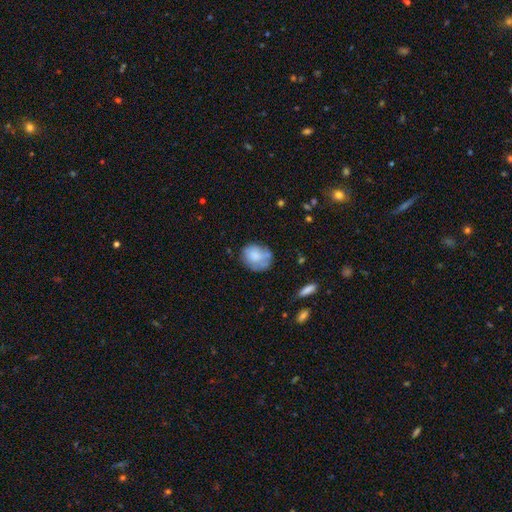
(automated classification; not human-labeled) A smooth galaxy with no disk features (67%) that is round (58%).

Vote fractions:
- Smooth or featured? smooth: 67% / featured or disk: 25% / star or artifact: 8%
- How rounded? round: 58% / in between: 41% / cigar-shaped: 1%
- Merging? none: 51% / minor disturbance: 28% / major disturbance: 13% / merger: 8%